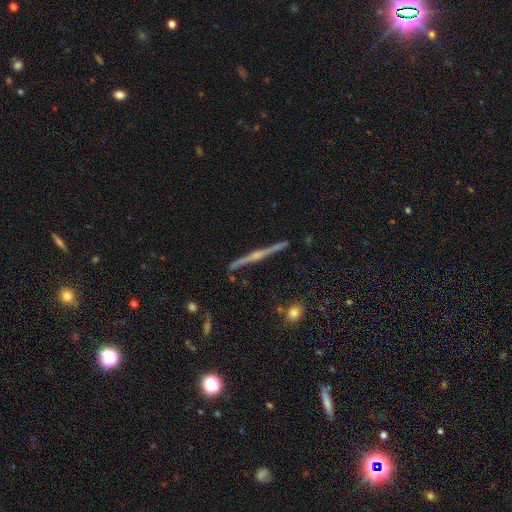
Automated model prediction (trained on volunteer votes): This is clearly a featured or disk galaxy (83%). It is clearly viewed edge-on (98%). Edge-on bulge: likely rounded (78%). Merging: clearly none (90%).